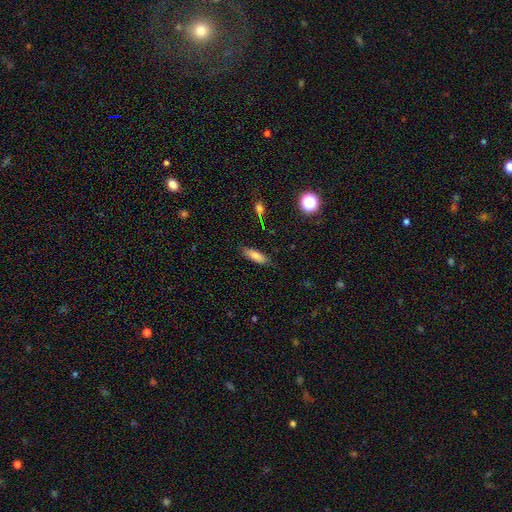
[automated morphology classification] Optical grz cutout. It shows a smooth galaxy with no disk features (76%) that is in between round and cigar-shaped (53%). Merging: none (83%).